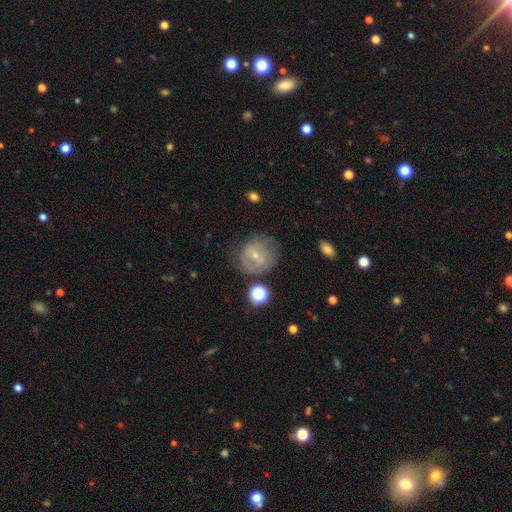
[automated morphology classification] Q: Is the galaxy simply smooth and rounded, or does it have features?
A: featured or disk — 45%, tied with smooth.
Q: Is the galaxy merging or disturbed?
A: none — 55%.